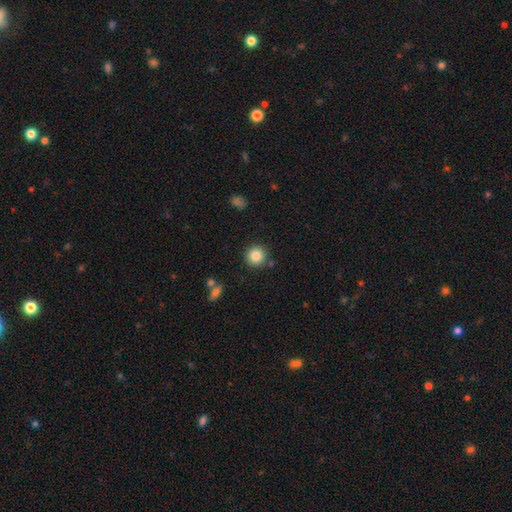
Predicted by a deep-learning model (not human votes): Q: Smooth or featured?
A: smooth (85%); runner-up: star or artifact (9%)
Q: How rounded?
A: round (92%); runner-up: in between (7%)
Q: Merging?
A: none (85%); runner-up: minor disturbance (8%)